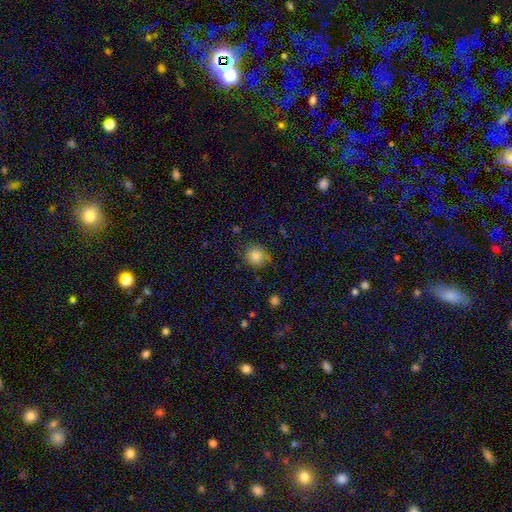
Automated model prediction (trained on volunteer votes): This is clearly a smooth galaxy (81%). How rounded: clearly round (85%). Merging: likely none (74%).